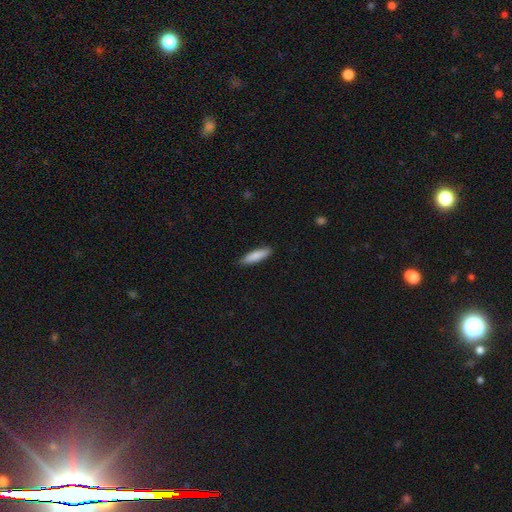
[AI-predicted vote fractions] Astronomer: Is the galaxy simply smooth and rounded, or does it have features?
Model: smooth — 86%.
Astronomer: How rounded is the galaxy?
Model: cigar-shaped — 73%.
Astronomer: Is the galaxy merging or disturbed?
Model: none — 89%.